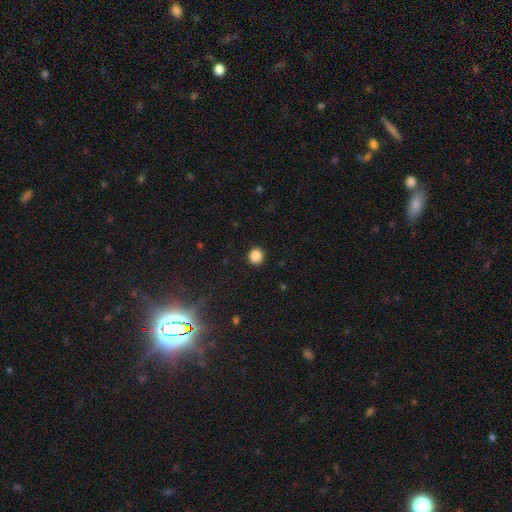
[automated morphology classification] smooth-or-featured: smooth: 88% | star or artifact: 10% | featured or disk: 3%
  how-rounded: round: 82% | in between: 17% | cigar-shaped: 1%
  merging: none: 91% | minor disturbance: 6% | major disturbance: 2% | merger: 1%